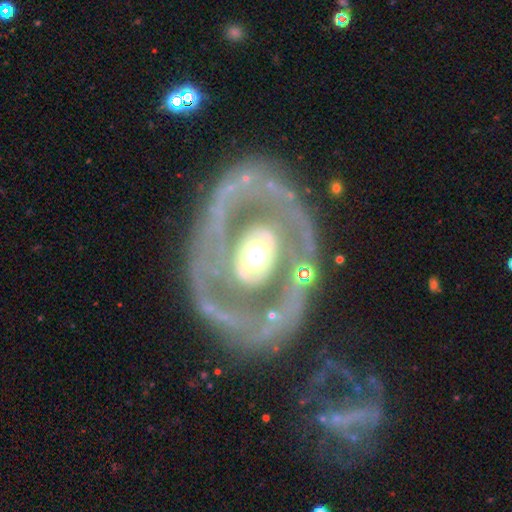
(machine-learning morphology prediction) This is clearly a featured or disk galaxy (81%). It is clearly not viewed edge-on (95%). Bar: likely no (75%). Spiral arm pattern: possibly yes (51%). Central bulge: likely moderate (65%). Merging: likely none (65%).